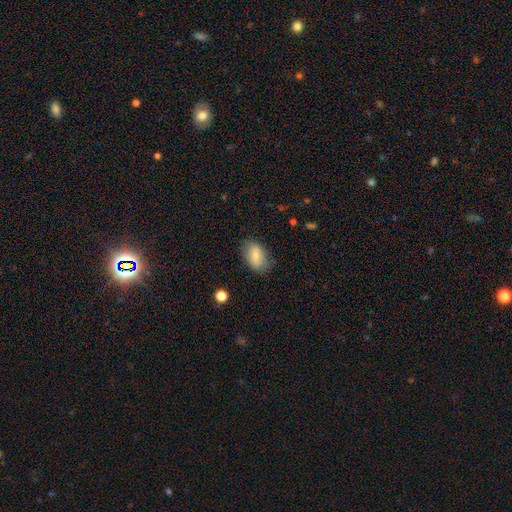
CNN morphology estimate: This appears to be a smooth galaxy with no disk features (76%) that is in between round and cigar-shaped (88%). Merging: none (78%).